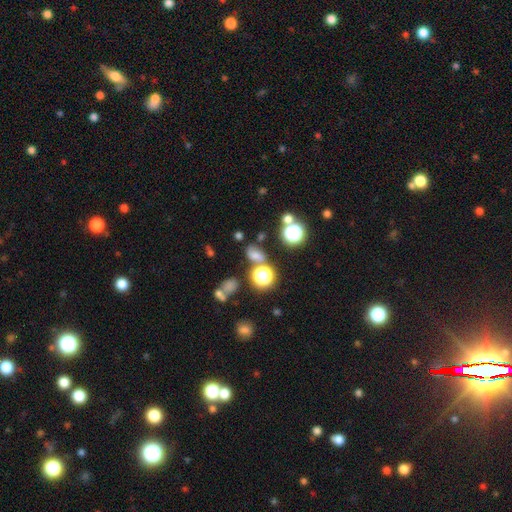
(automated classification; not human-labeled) The model was most divided on "how rounded": in between: 58%, round: 39%, cigar-shaped: 3%. More confident: merging — none (61%); smooth or featured — smooth (59%).